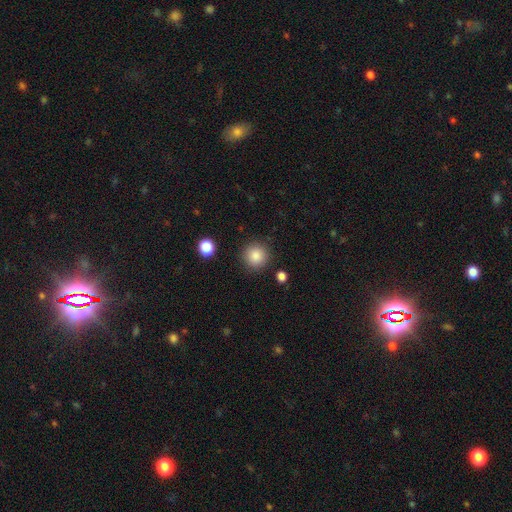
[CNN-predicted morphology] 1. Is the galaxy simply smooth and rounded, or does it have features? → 86% smooth, 9% star or artifact, 4% featured or disk.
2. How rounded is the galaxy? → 94% round, 5% in between, 1% cigar-shaped.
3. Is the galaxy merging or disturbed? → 89% none, 7% minor disturbance, 3% major disturbance, 2% merger.